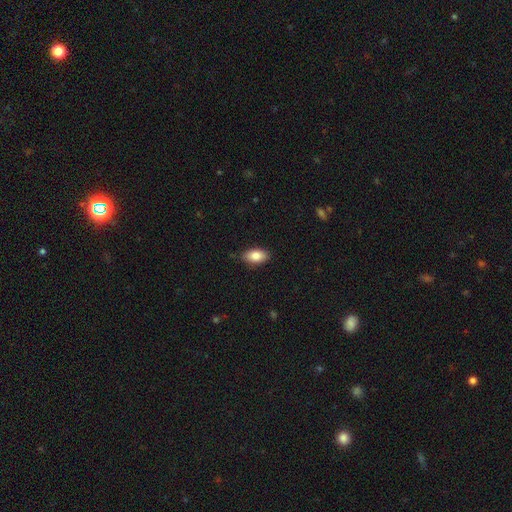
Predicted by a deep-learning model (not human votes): Smooth or featured?
  - smooth: 85% *
  - featured or disk: 8%
  - star or artifact: 7%
How rounded?
  - in between: 92% *
  - round: 4%
  - cigar-shaped: 4%
Merging?
  - none: 85% *
  - minor disturbance: 12%
  - major disturbance: 2%
  - merger: 1%